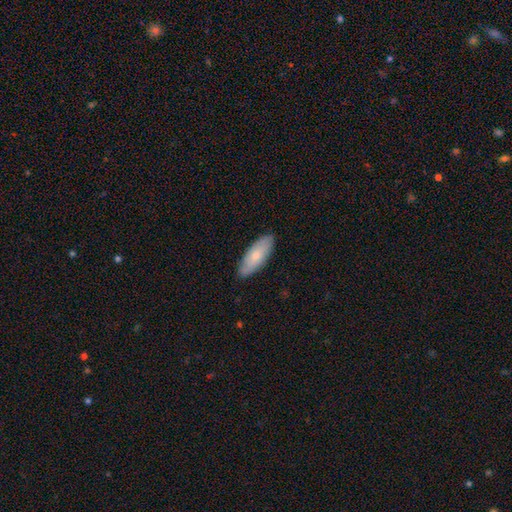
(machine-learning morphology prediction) Smooth or featured: smooth — 69% (featured or disk — 25%)
How rounded: in between — 74% (cigar-shaped — 24%)
Merging: none — 85% (minor disturbance — 12%)